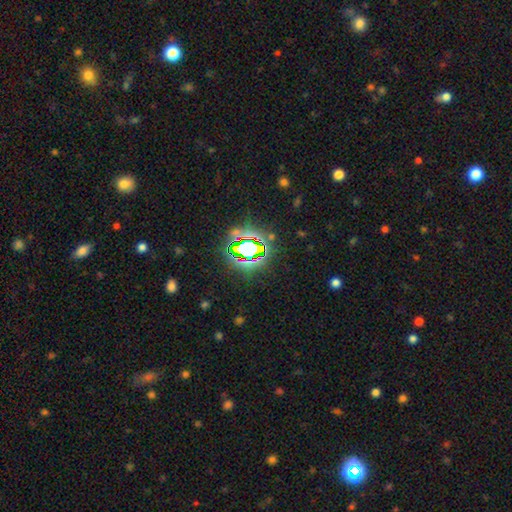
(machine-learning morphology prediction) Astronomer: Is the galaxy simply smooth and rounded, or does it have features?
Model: star or artifact — 71%.